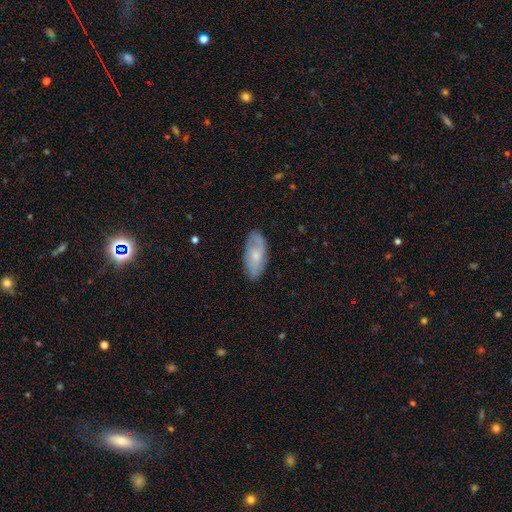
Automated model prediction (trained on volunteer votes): The model was most divided on "smooth or featured": smooth: 47%, featured or disk: 46%, star or artifact: 6%. More confident: merging — none (77%).